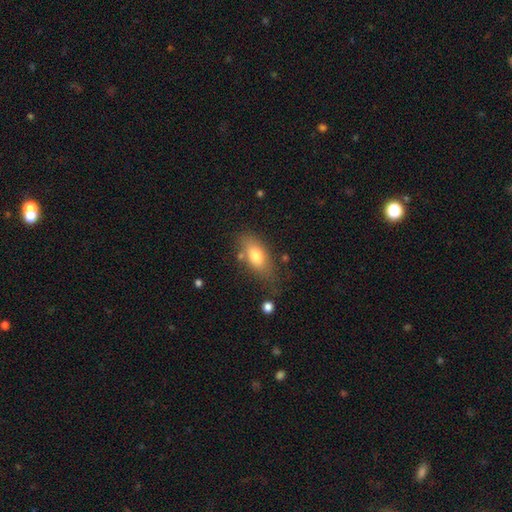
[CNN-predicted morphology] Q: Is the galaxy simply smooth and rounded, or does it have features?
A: smooth — 76%.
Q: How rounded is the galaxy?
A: in between — 84%.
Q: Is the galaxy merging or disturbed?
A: none — 65%.